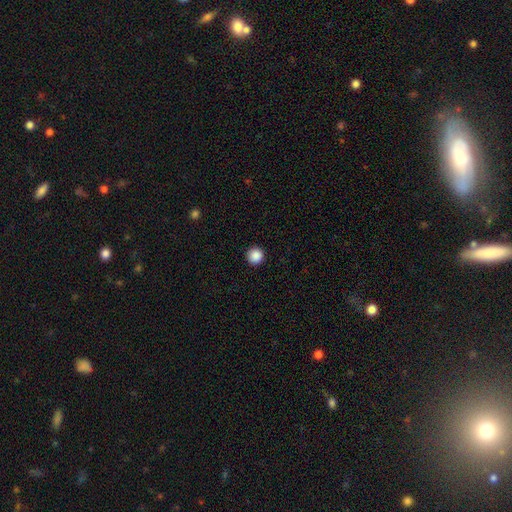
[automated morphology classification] smooth 88%, star or artifact 9%, featured or disk 2%. Down the decision tree: how rounded — round (96%); merging — none (93%).